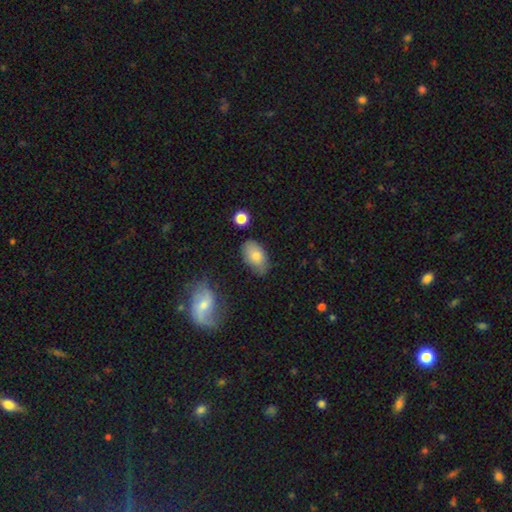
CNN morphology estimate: Smooth or featured? smooth (78%)
How rounded? in between (92%)
Merging? none (71%)